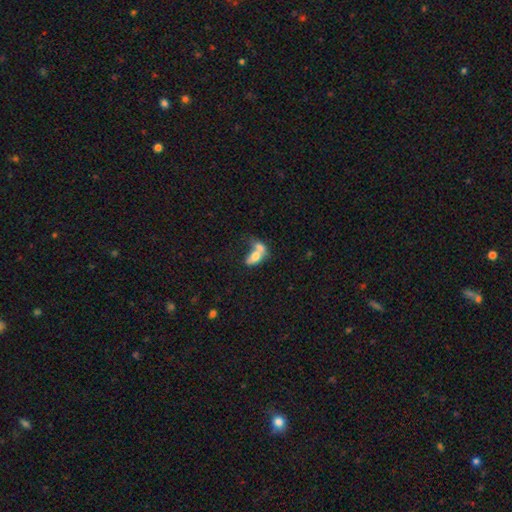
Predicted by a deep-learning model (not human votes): smooth 66%, featured or disk 26%, star or artifact 9%. Down the decision tree: how rounded — in between (80%); merging — merger (70%).